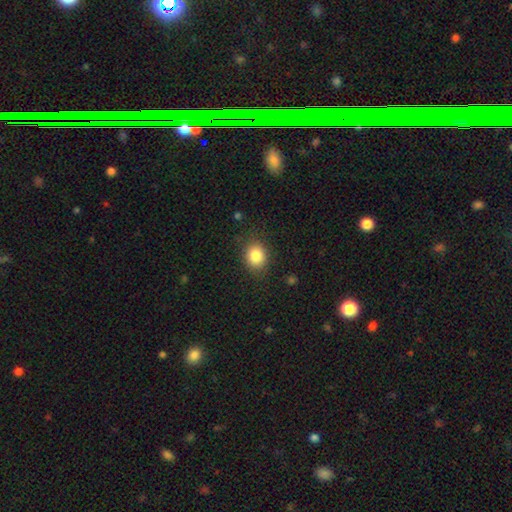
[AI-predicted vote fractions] A smooth galaxy with no disk features (84%) that is round (64%).

Vote fractions:
- Smooth or featured? smooth: 84% / star or artifact: 10% / featured or disk: 6%
- How rounded? round: 64% / in between: 36% / cigar-shaped: 1%
- Merging? none: 85% / minor disturbance: 11% / major disturbance: 3% / merger: 1%